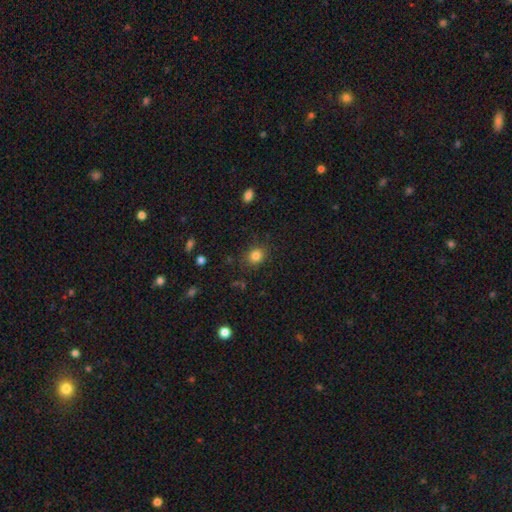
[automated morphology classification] The model was most divided on "how rounded": round: 65%, in between: 34%, cigar-shaped: 1%. More confident: merging — none (84%); smooth or featured — smooth (83%).